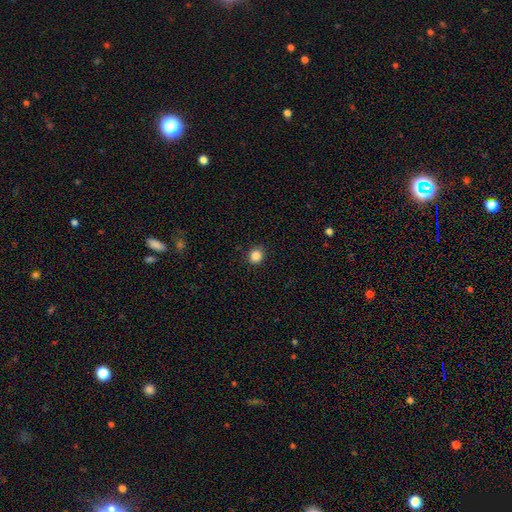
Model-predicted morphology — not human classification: This is clearly a smooth galaxy (86%). How rounded: clearly round (87%). Merging: clearly none (91%).